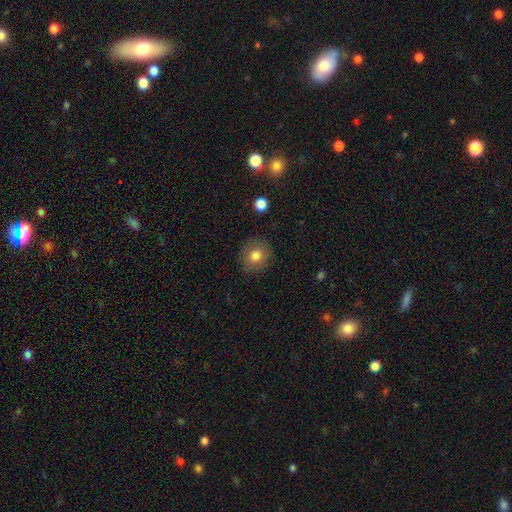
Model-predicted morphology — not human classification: Overall: smooth (79%). How rounded: round (85%). Merging: none (87%).